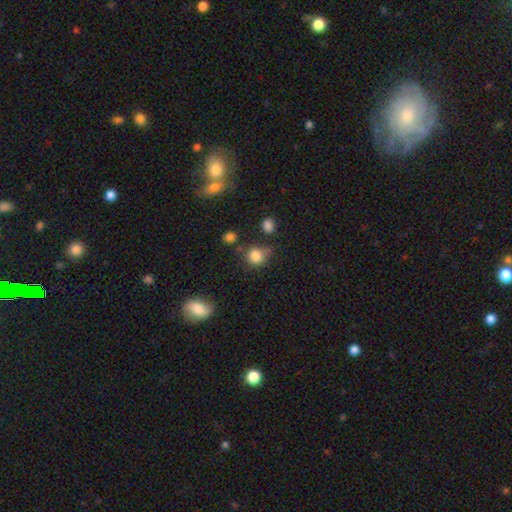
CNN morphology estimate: Smooth or featured? smooth (81%)
How rounded? round (80%)
Merging? none (62%)